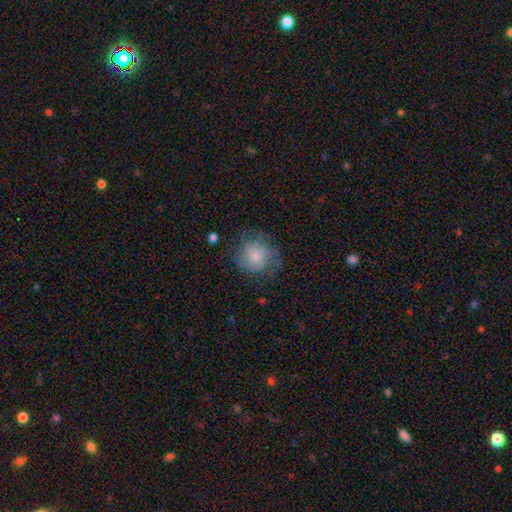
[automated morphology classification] Overall: smooth (65%; featured or disk 27%). How rounded: round (85%). Merging: none (60%; minor disturbance 24%).